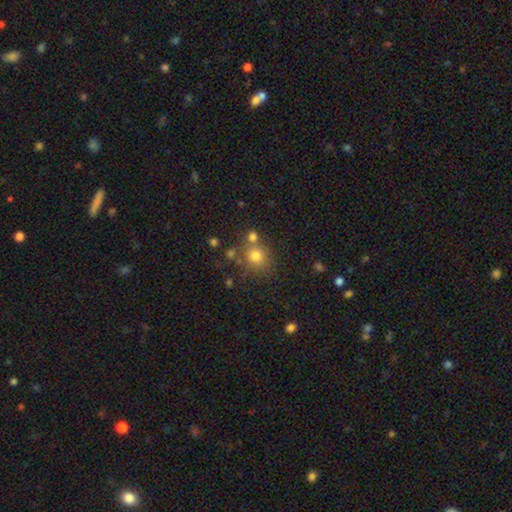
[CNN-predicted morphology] A smooth galaxy with no disk features (76%) that is round (83%). Merging: none (65%).